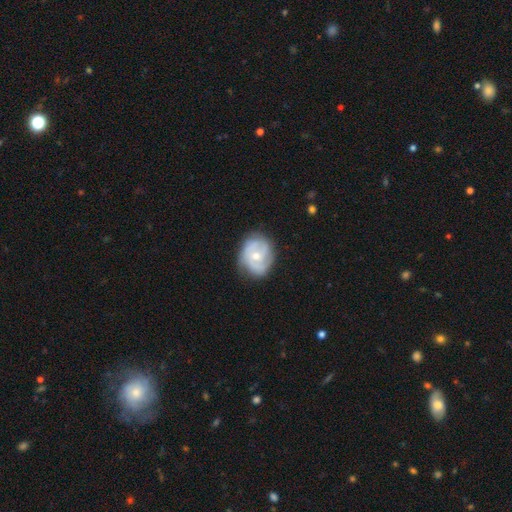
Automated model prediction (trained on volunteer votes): Q: Smooth or featured?
A: featured or disk (75%); runner-up: smooth (20%)
Q: Edge-on disk?
A: no (98%); runner-up: yes (2%)
Q: Bar?
A: no (70%); runner-up: weak (25%)
Q: Spiral arms?
A: yes (89%); runner-up: no (11%)
Q: Spiral winding?
A: tight (54%); runner-up: medium (36%)
Q: Spiral arm count?
A: 2 (33%); runner-up: 3 (31%)
Q: Bulge size?
A: moderate (57%); runner-up: small (40%)
Q: Merging?
A: none (71%); runner-up: minor disturbance (21%)